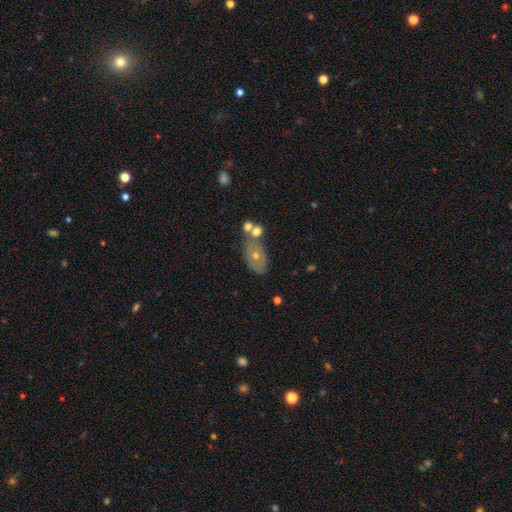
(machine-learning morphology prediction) Smooth or featured: featured or disk — 44% (smooth — 43%)
Merging: none — 59% (merger — 19%)